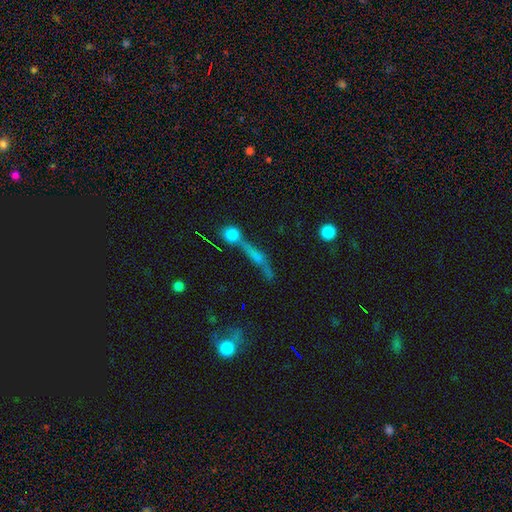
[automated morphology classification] A featured or disk galaxy (42%). Merging: none (47%).